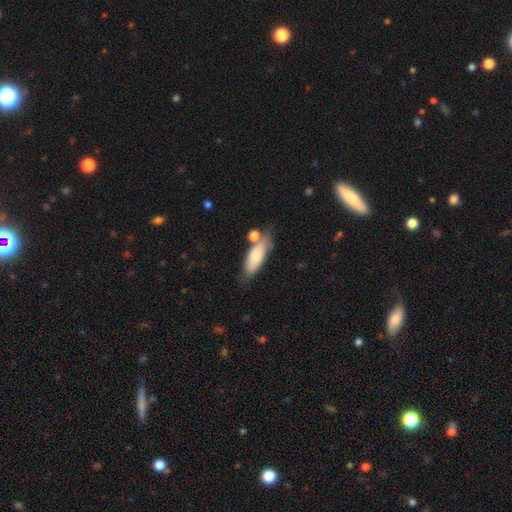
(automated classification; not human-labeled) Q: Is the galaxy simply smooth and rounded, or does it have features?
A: smooth — 72%.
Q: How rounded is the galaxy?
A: in between — 71%.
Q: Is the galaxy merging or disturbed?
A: none — 56%.